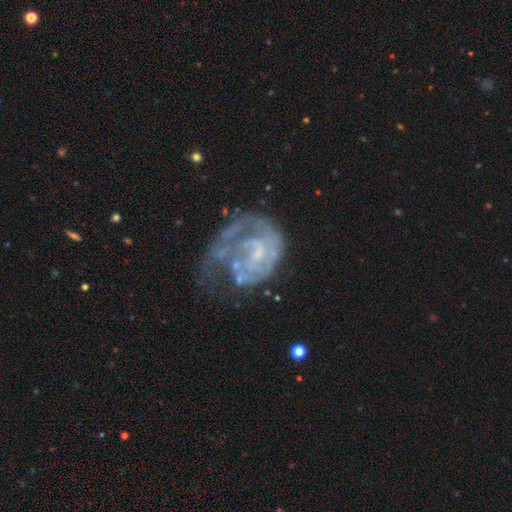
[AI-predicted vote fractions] A featured or disk galaxy (76%) with no bar (56%), tight (45%) spiral arms (72%) and a small central bulge (47%).

Vote fractions:
- Smooth or featured? featured or disk: 76% / smooth: 13% / star or artifact: 11%
- Edge-on disk? no: 98% / yes: 2%
- Bar? no: 56% / weak: 36% / strong: 8%
- Spiral arms? yes: 72% / no: 28%
- Spiral winding? tight: 45% / medium: 35% / loose: 20%
- Spiral arm count? can't tell: 36% / 1: 26% / 2: 24% / 3: 8% / 4: 3% / more than 4: 3%
- Bulge size? small: 47% / none: 34% / moderate: 16% / large: 2% / dominant: 1%
- Merging? major disturbance: 40% / none: 33% / minor disturbance: 21% / merger: 6%